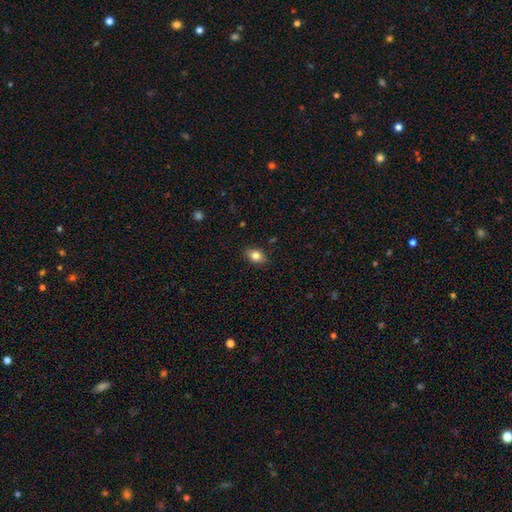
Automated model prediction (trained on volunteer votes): This is clearly a smooth galaxy (83%). How rounded: likely in between (77%). Merging: clearly none (86%).